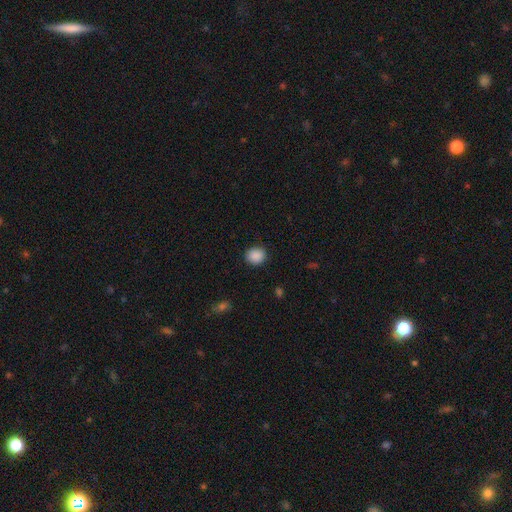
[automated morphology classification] smooth 89%, star or artifact 8%, featured or disk 3%. Down the decision tree: how rounded — round (74%); merging — none (89%).